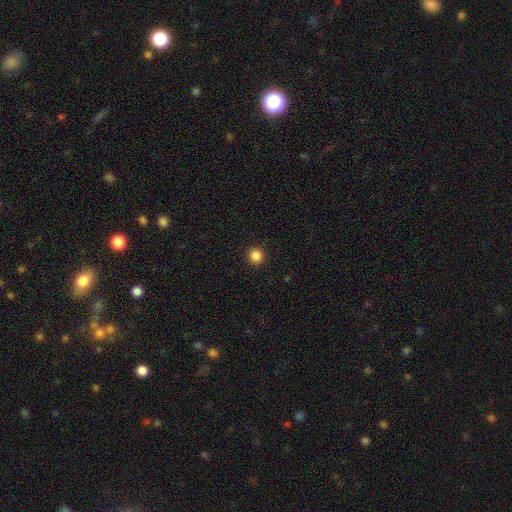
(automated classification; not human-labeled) Morphology: type=smooth (86%); roundness=round (95%); merging=none (93%).